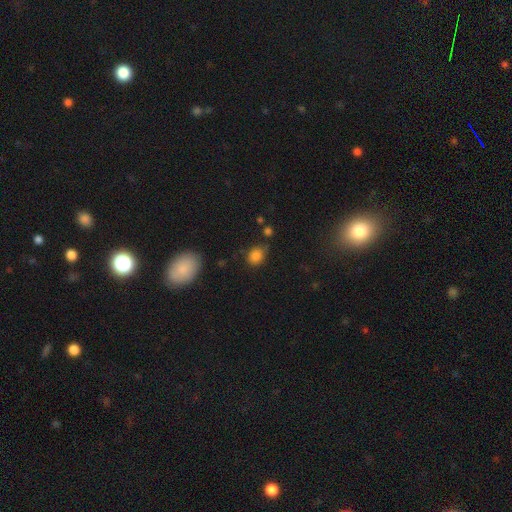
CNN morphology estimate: This appears to be a smooth galaxy with no disk features (83%) that is in between round and cigar-shaped (56%). Merging: none (66%).